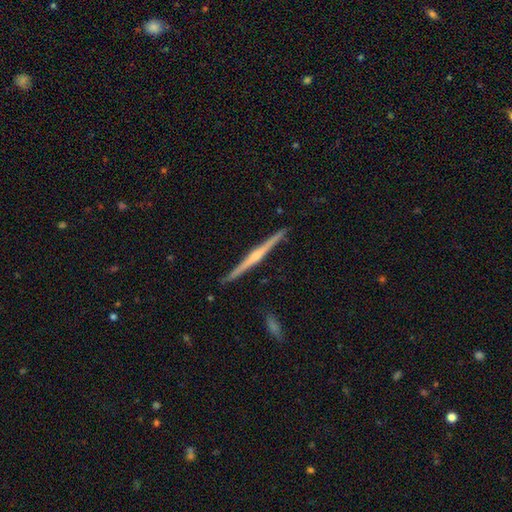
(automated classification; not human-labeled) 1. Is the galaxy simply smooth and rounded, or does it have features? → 79% featured or disk, 15% smooth, 5% star or artifact.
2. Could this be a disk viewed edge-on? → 99% yes, 1% no.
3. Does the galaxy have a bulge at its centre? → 78% rounded, 15% none, 7% boxy.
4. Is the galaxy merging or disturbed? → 91% none, 6% minor disturbance, 1% major disturbance, 1% merger.